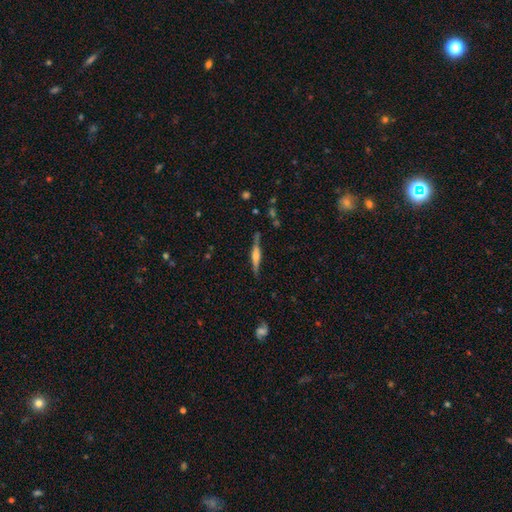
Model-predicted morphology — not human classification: Smooth or featured?
  - featured or disk: 68% *
  - smooth: 25%
  - star or artifact: 7%
Edge-on disk?
  - yes: 97% *
  - no: 3%
Edge-on bulge?
  - rounded: 68% *
  - boxy: 24%
  - none: 8%
Merging?
  - none: 83% *
  - minor disturbance: 12%
  - major disturbance: 3%
  - merger: 2%